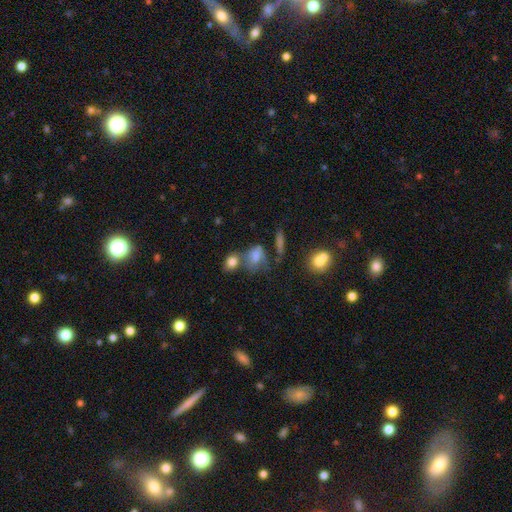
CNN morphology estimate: The model was most divided on "merging": none: 37%, merger: 28%, minor disturbance: 19%, major disturbance: 16%. More confident: smooth or featured — smooth (67%); how rounded — in between (61%).